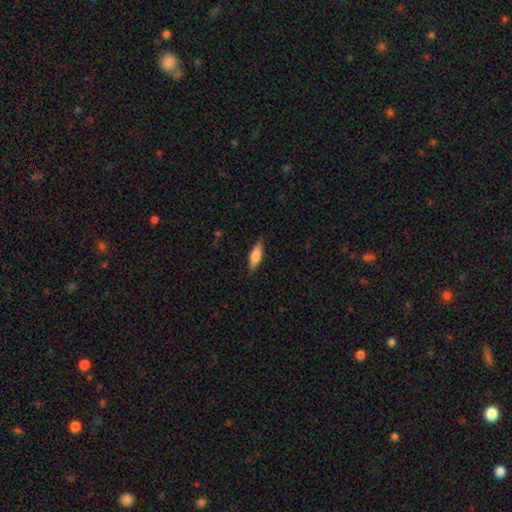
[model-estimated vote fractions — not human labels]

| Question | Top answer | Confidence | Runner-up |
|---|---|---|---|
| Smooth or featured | smooth | 67% | featured or disk (27%) |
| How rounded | cigar-shaped | 52% | in between (46%) |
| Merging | none | 85% | minor disturbance (12%) |